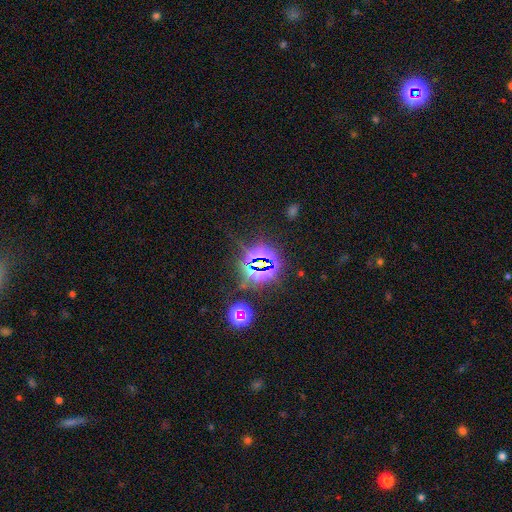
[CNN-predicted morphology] The model was most divided on "smooth or featured": star or artifact: 80%, smooth: 12%, featured or disk: 8%.